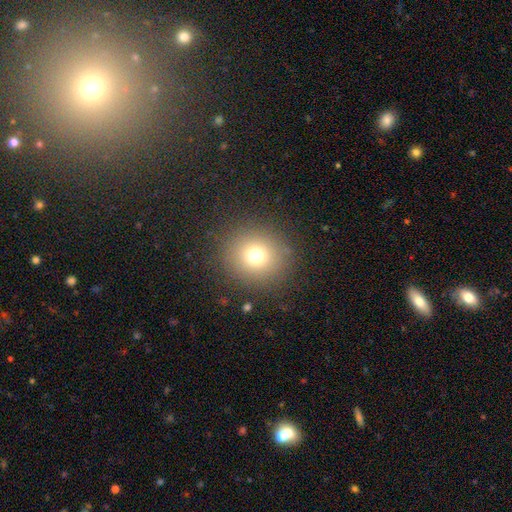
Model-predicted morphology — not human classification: A smooth galaxy with no disk features (73%) that is round (92%). Merging: none (88%).